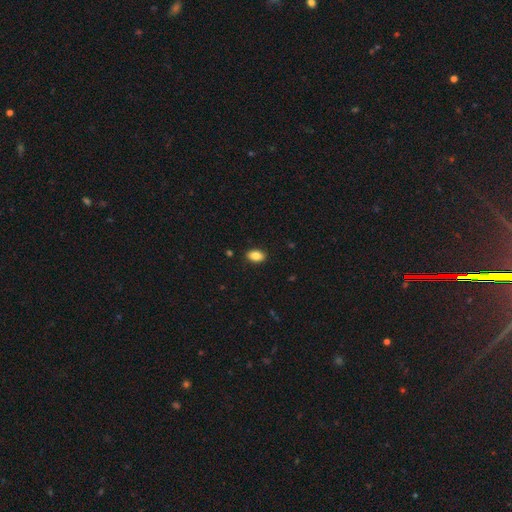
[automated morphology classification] A smooth galaxy with no disk features (87%) that is in between round and cigar-shaped (89%).

Vote fractions:
- Smooth or featured? smooth: 87% / star or artifact: 8% / featured or disk: 5%
- How rounded? in between: 89% / round: 9% / cigar-shaped: 2%
- Merging? none: 89% / minor disturbance: 8% / major disturbance: 2% / merger: 1%